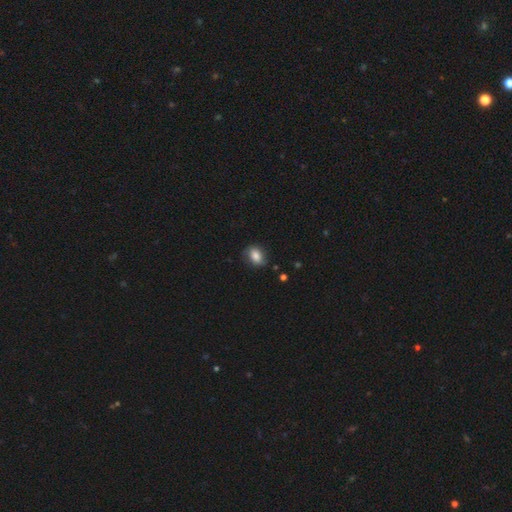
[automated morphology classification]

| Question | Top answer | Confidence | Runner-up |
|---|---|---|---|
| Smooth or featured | smooth | 76% | featured or disk (16%) |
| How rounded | in between | 69% | round (30%) |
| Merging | none | 72% | minor disturbance (21%) |